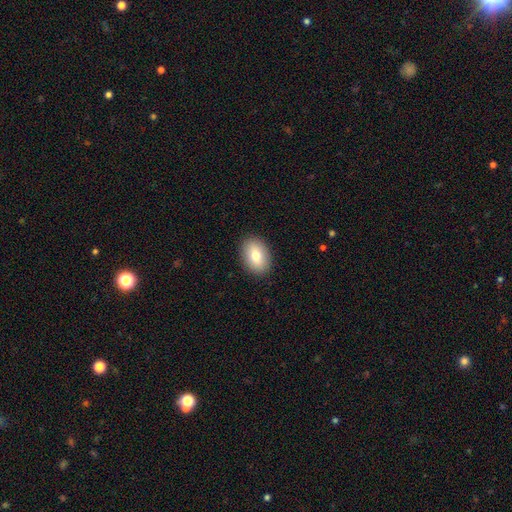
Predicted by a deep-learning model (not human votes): This is likely a smooth galaxy (78%). How rounded: clearly in between (82%). Merging: clearly none (90%).